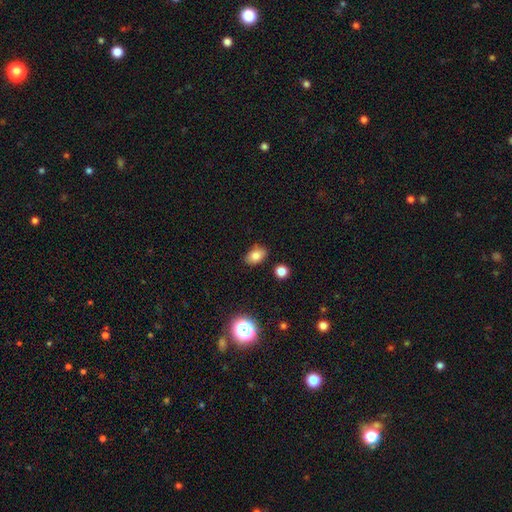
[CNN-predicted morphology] The model was most divided on "how rounded": in between: 82%, round: 17%, cigar-shaped: 1%. More confident: merging — none (84%); smooth or featured — smooth (81%).